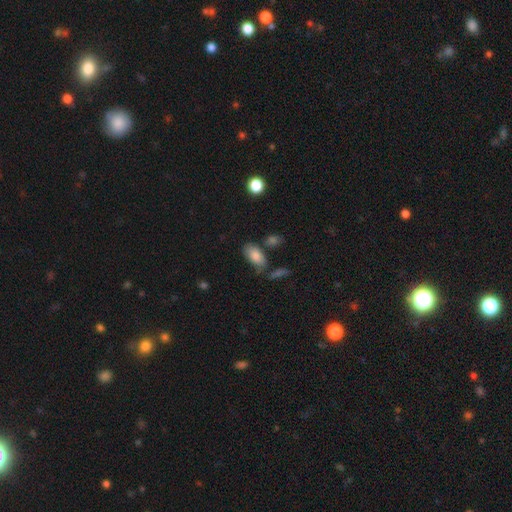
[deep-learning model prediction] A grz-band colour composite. It shows a smooth galaxy with no disk features (83%) that is in between round and cigar-shaped (93%). Merging: none (61%).